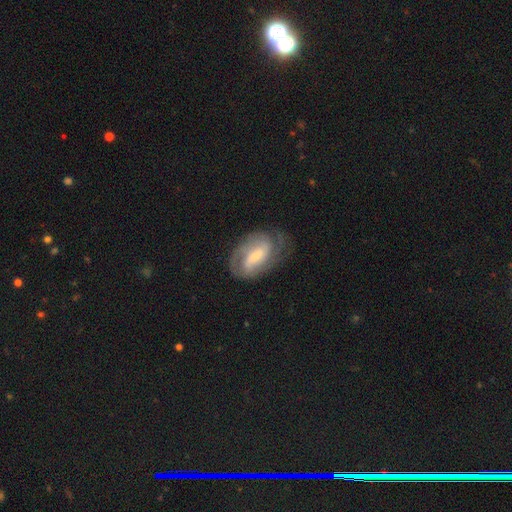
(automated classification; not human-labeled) smooth_or_featured: featured or disk (p=0.78) [alt: smooth p=0.17]
disk_edge_on: no (p=0.96) [alt: yes p=0.04]
bar: weak (p=0.42) [alt: strong p=0.30]
has_spiral_arms: yes (p=0.93) [alt: no p=0.07]
spiral_winding: tight (p=0.48) [alt: medium p=0.39]
spiral_arm_count: 2 (p=0.53) [alt: can't tell p=0.22]
bulge_size: small (p=0.58) [alt: moderate p=0.27]
merging: none (p=0.67) [alt: minor disturbance p=0.20]